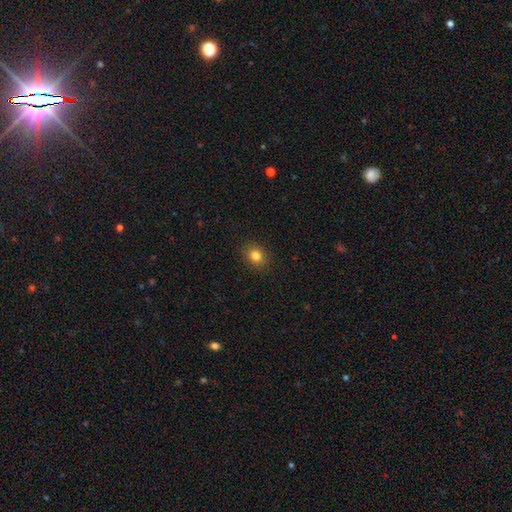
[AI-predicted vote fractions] Smooth or featured: smooth — 81% (star or artifact — 12%)
How rounded: round — 70% (in between — 29%)
Merging: none — 90% (minor disturbance — 7%)